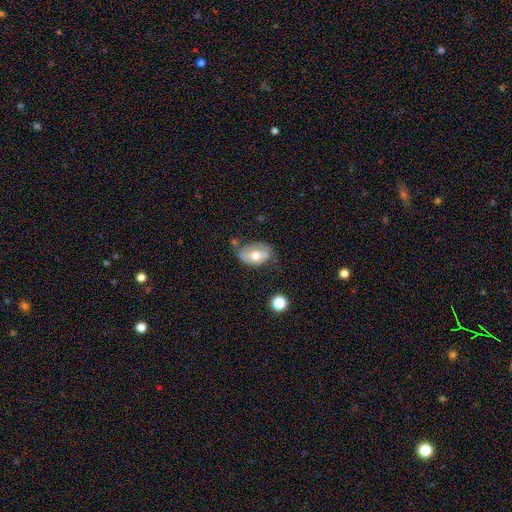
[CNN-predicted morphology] A smooth galaxy with no disk features (50%). Merging: none (48%).